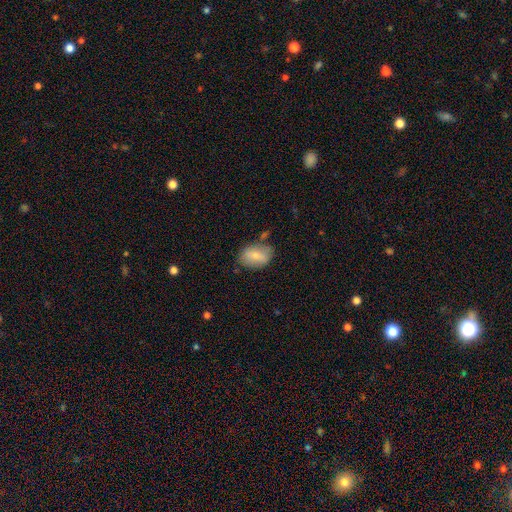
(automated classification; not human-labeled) The model was most divided on "smooth or featured": smooth: 69%, featured or disk: 23%, star or artifact: 7%. More confident: how rounded — in between (81%); merging — none (70%).